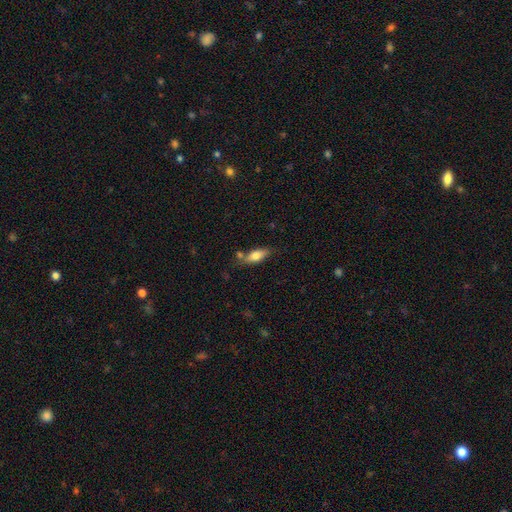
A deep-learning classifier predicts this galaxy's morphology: smooth-or-featured: smooth: 73% | featured or disk: 20% | star or artifact: 7%
  how-rounded: in between: 74% | cigar-shaped: 23% | round: 3%
  merging: none: 65% | minor disturbance: 18% | merger: 13% | major disturbance: 4%